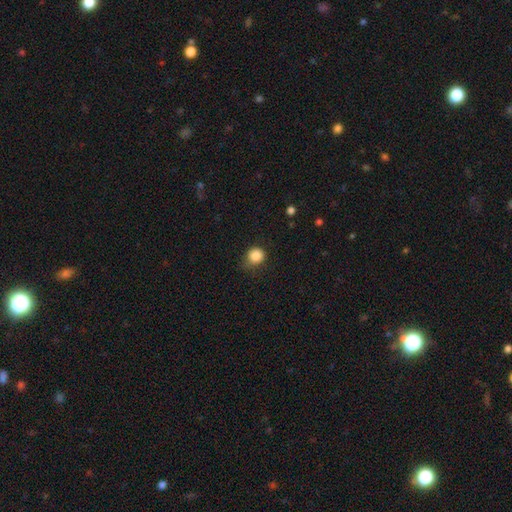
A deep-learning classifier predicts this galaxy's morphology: This is clearly a smooth galaxy (86%). How rounded: clearly round (82%). Merging: likely none (65%).